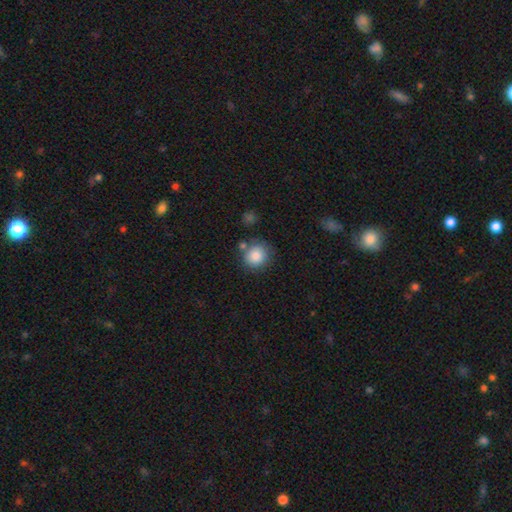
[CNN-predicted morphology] smooth 86%, star or artifact 8%, featured or disk 5%. Down the decision tree: how rounded — round (88%); merging — none (72%).